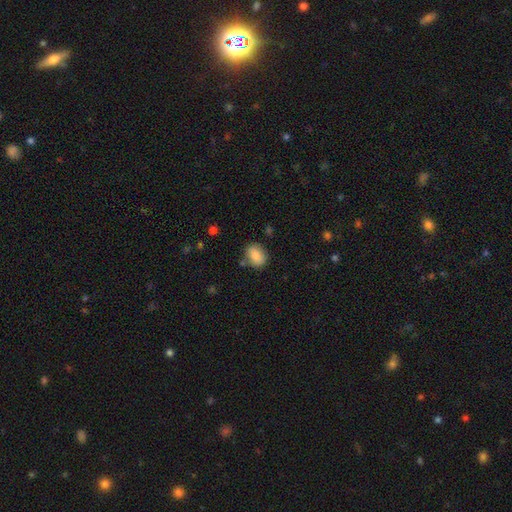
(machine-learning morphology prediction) type=smooth (83%); roundness=in between (59%); merging=none (78%).